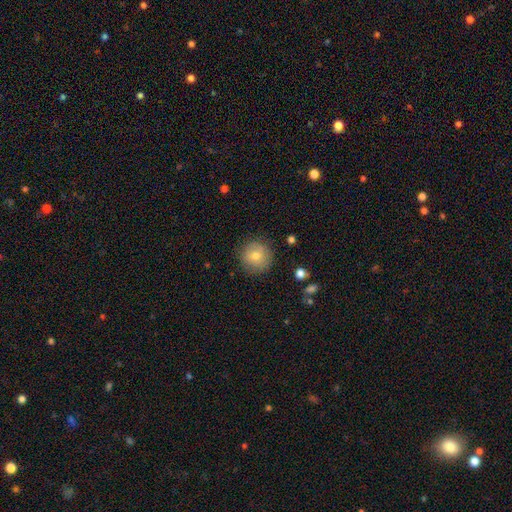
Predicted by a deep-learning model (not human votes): The model was most divided on "smooth or featured": smooth: 75%, featured or disk: 16%, star or artifact: 8%. More confident: how rounded — round (93%); merging — none (84%).